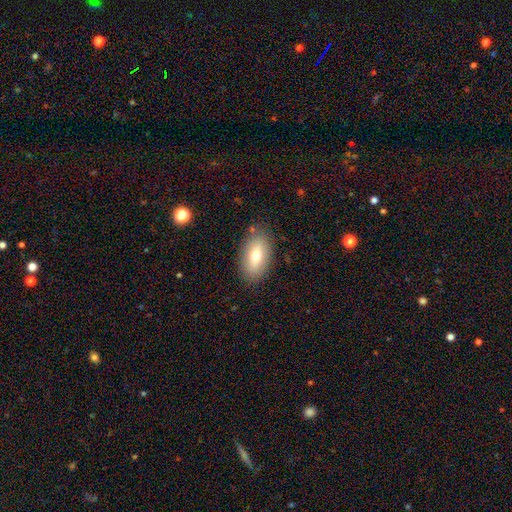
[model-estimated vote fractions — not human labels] Smooth or featured? Predicted: smooth (p=0.68). How rounded? Predicted: in between (p=0.91). Merging? Predicted: none (p=0.83).